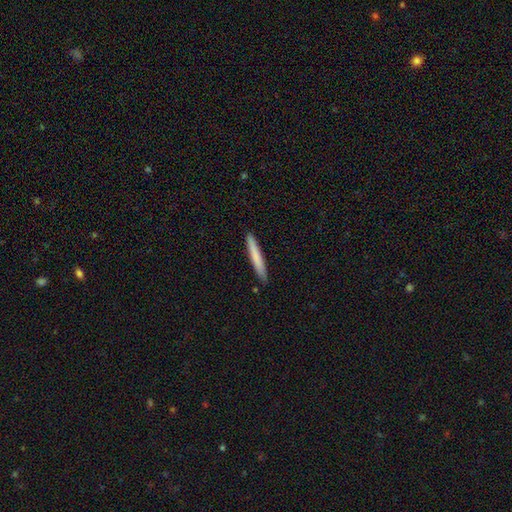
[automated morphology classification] This appears to be a smooth galaxy with no disk features (77%) that is cigar-shaped (96%). Merging: none (90%).